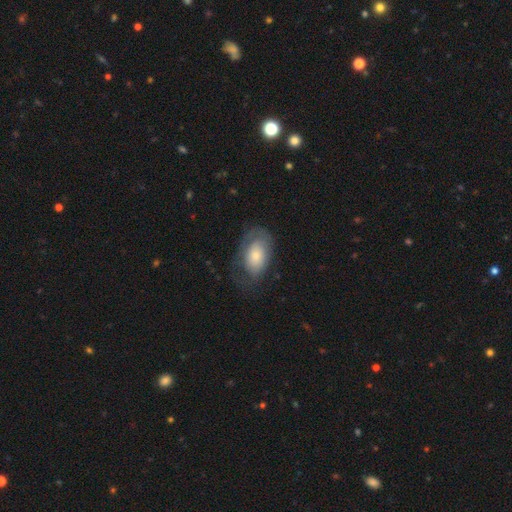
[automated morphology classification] This appears to be a smooth galaxy with no disk features (62%) that is in between round and cigar-shaped (90%). Merging: none (56%).